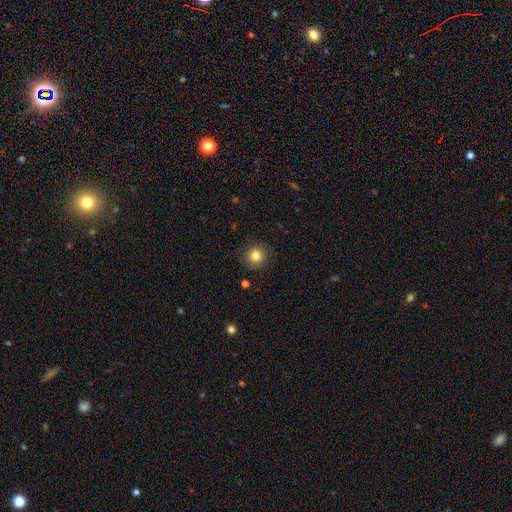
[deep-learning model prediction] Smooth or featured?
  - smooth: 82% *
  - star or artifact: 11%
  - featured or disk: 6%
How rounded?
  - round: 94% *
  - in between: 5%
  - cigar-shaped: 1%
Merging?
  - none: 91% *
  - minor disturbance: 6%
  - major disturbance: 2%
  - merger: 1%